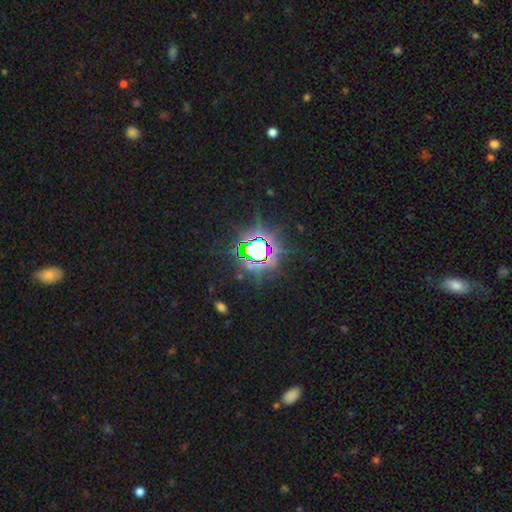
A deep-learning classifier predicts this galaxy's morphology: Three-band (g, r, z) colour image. It shows a star or artifact, not a galaxy (80%).